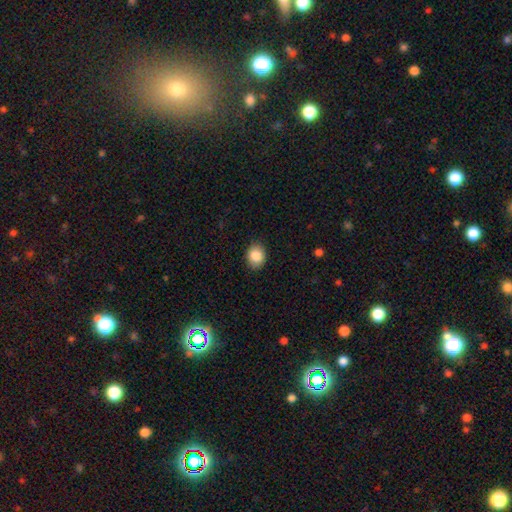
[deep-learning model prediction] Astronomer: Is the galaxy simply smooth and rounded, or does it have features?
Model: smooth — 87%.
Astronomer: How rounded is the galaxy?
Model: round — 52% (runner-up: in between, 47%).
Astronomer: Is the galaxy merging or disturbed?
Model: none — 88%.